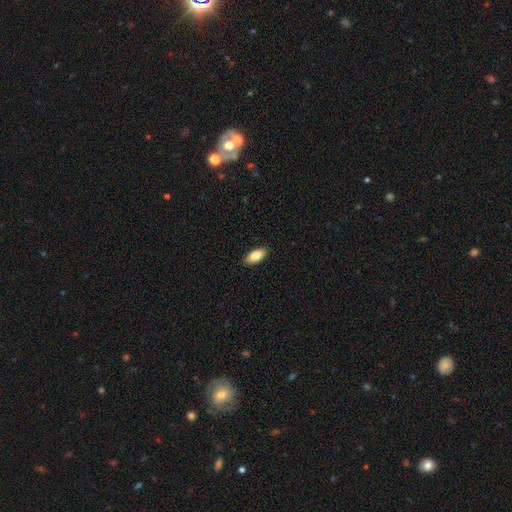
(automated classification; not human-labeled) This appears to be a smooth galaxy with no disk features (82%) that is in between round and cigar-shaped (84%). Merging: none (90%).